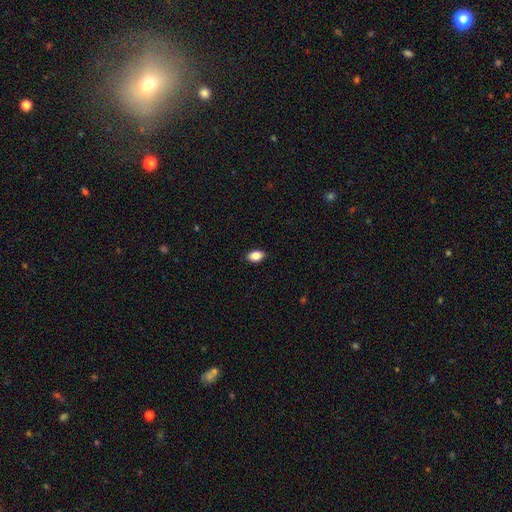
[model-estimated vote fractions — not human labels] The model was most divided on "how rounded": in between: 87%, round: 11%, cigar-shaped: 2%. More confident: merging — none (88%); smooth or featured — smooth (87%).